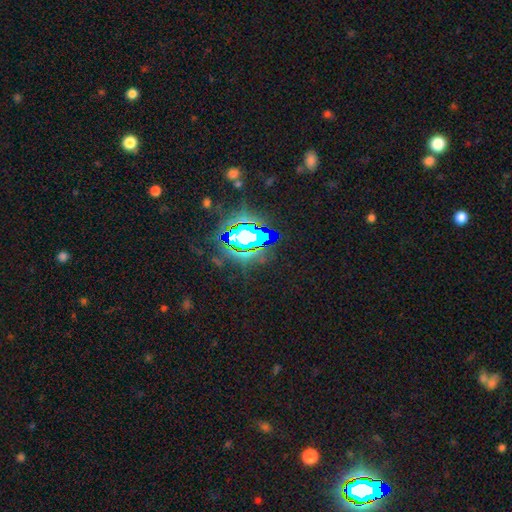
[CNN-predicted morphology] smooth_or_featured: star or artifact (p=0.81) [alt: smooth p=0.11]